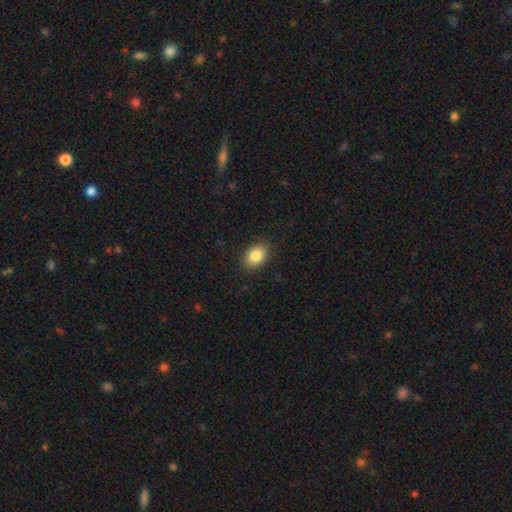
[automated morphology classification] The model was most divided on "how rounded": in between: 72%, round: 27%, cigar-shaped: 1%. More confident: merging — none (88%); smooth or featured — smooth (86%).